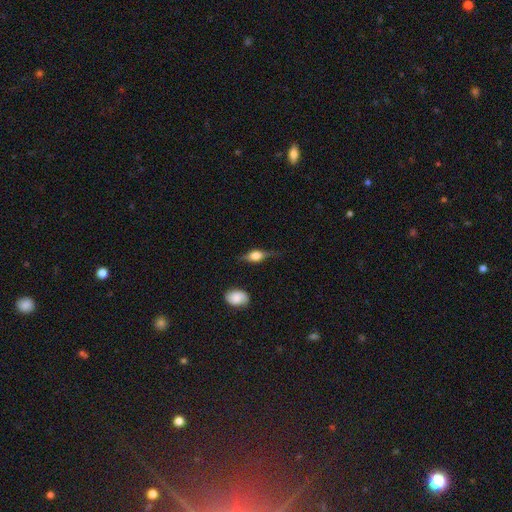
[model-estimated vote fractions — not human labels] Smooth or featured? featured or disk (53%)
Edge-on disk? yes (92%)
Merging? none (67%)